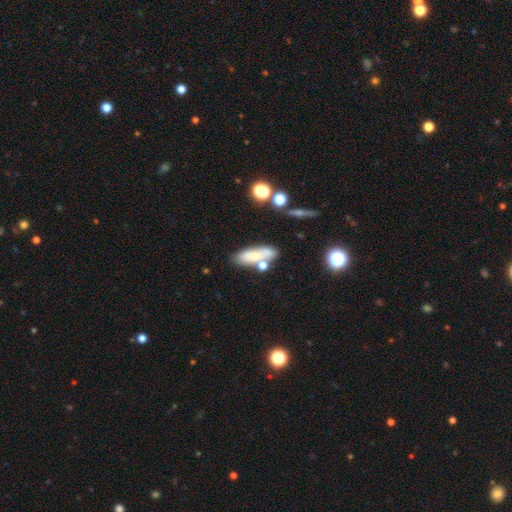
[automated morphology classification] Smooth or featured? smooth (68%)
How rounded? in between (56%)
Merging? none (58%)